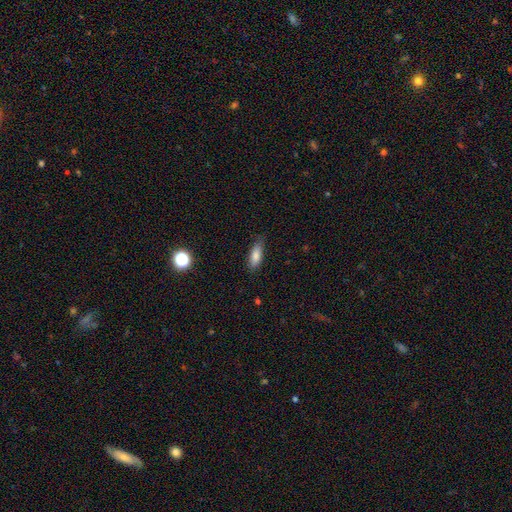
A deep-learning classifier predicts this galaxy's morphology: Smooth or featured?
  - smooth: 82% *
  - featured or disk: 10%
  - star or artifact: 8%
How rounded?
  - in between: 68% *
  - cigar-shaped: 29%
  - round: 3%
Merging?
  - none: 75% *
  - minor disturbance: 20%
  - major disturbance: 4%
  - merger: 1%